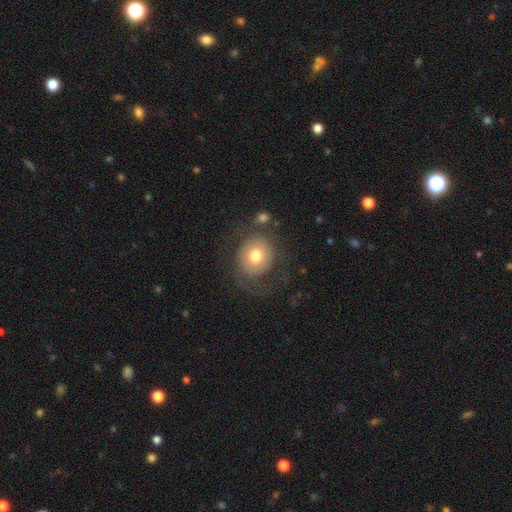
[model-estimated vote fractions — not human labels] A smooth galaxy with no disk features (62%) that is round (75%). Merging: none (63%).